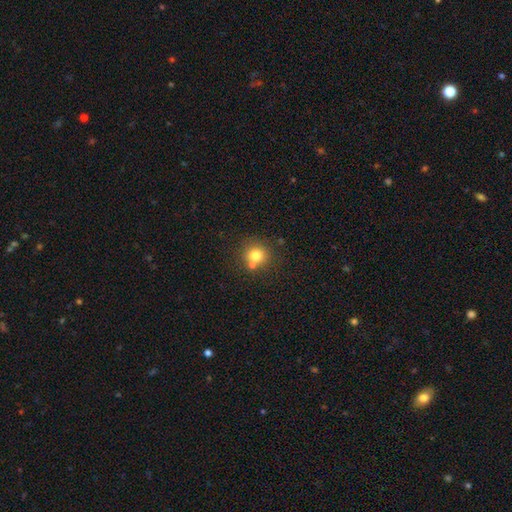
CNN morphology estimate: This appears to be a smooth galaxy with no disk features (77%) that is round (90%). Merging: none (67%).